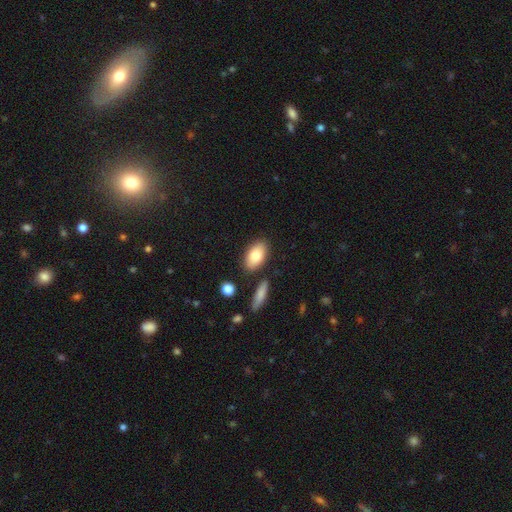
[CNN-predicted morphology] A smooth galaxy with no disk features (81%) that is in between round and cigar-shaped (92%). Merging: none (82%).